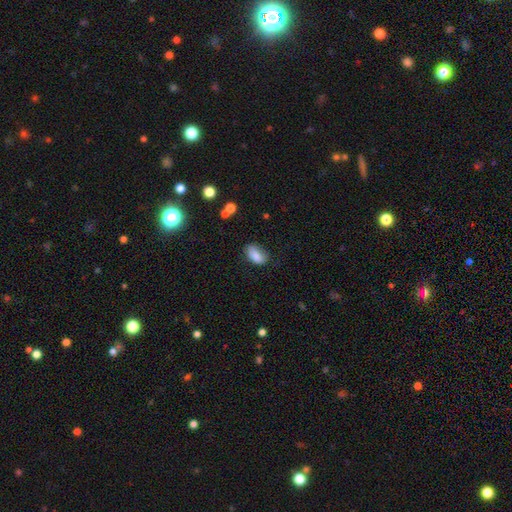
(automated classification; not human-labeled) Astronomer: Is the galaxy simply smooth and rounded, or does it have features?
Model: smooth — 84%.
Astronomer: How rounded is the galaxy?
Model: in between — 90%.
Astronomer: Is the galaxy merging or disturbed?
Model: none — 61%.